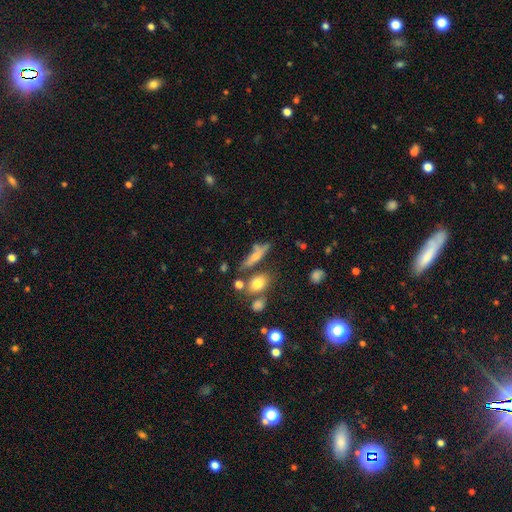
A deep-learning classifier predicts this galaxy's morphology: smooth 60%, featured or disk 29%, star or artifact 12%. Down the decision tree: how rounded — cigar-shaped (58%); merging — none (51%).